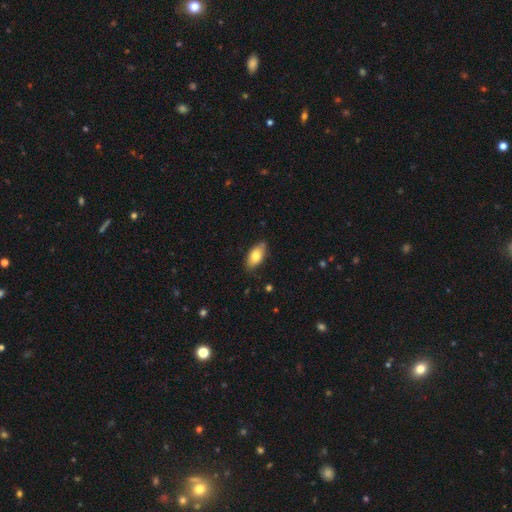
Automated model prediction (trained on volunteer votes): A smooth galaxy with no disk features (77%) that is in between round and cigar-shaped (91%). Merging: none (77%).